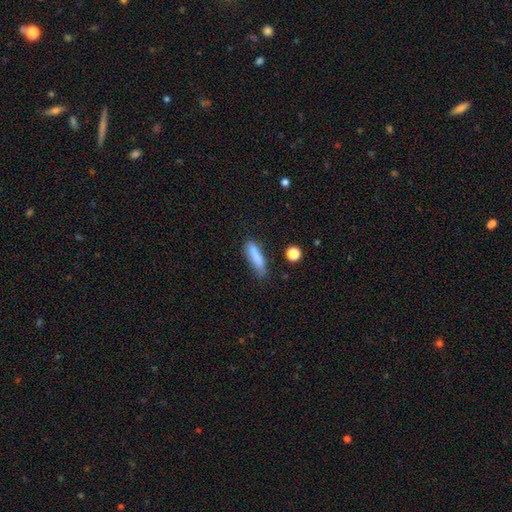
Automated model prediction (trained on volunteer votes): A smooth galaxy with no disk features (81%) that is cigar-shaped (66%).

Vote fractions:
- Smooth or featured? smooth: 81% / featured or disk: 11% / star or artifact: 9%
- How rounded? cigar-shaped: 66% / in between: 32% / round: 2%
- Merging? none: 55% / minor disturbance: 30% / major disturbance: 10% / merger: 5%